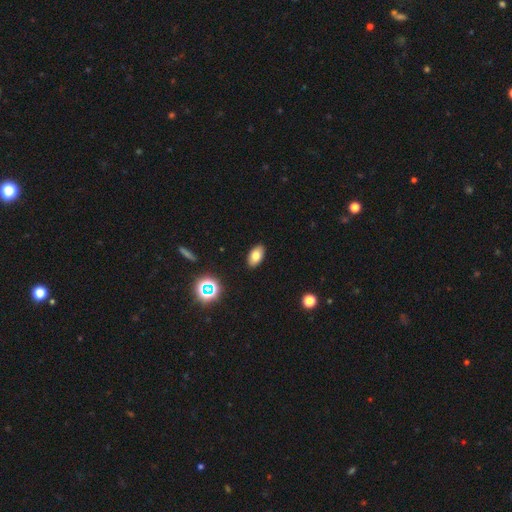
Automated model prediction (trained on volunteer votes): This is likely a smooth galaxy (77%). How rounded: clearly in between (92%). Merging: clearly none (89%).